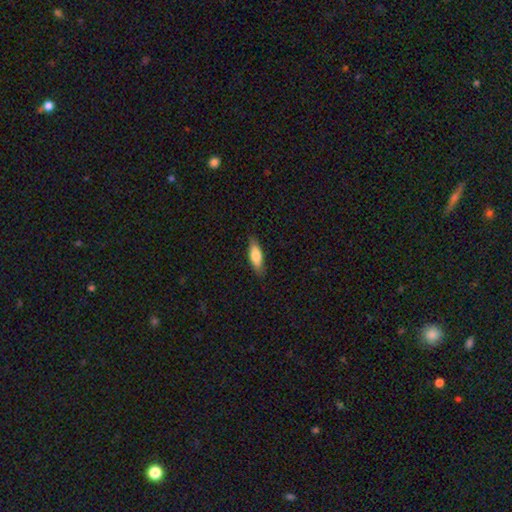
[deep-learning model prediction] A smooth galaxy with no disk features (75%) that is in between round and cigar-shaped (57%).

Vote fractions:
- Smooth or featured? smooth: 75% / featured or disk: 19% / star or artifact: 6%
- How rounded? in between: 57% / cigar-shaped: 41% / round: 2%
- Merging? none: 82% / minor disturbance: 14% / major disturbance: 3% / merger: 1%